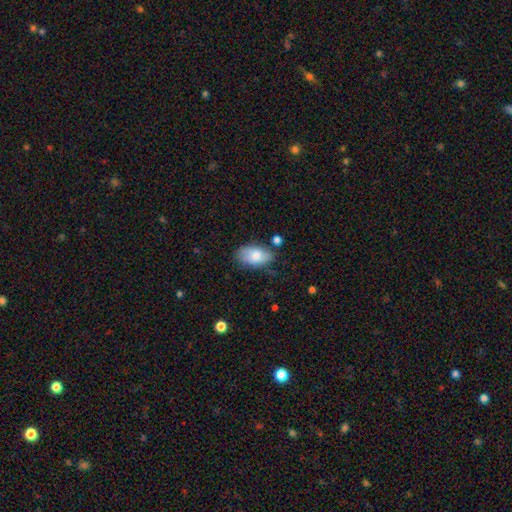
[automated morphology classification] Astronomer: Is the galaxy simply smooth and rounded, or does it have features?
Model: smooth — 75%.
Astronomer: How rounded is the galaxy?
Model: in between — 93%.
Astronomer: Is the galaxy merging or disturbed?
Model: none — 67%.